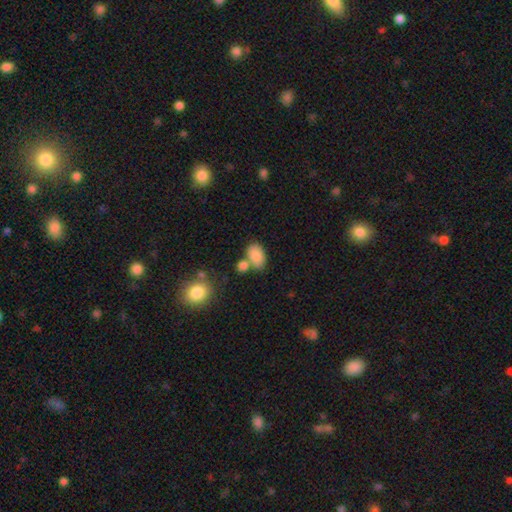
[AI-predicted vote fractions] Morphology: type=smooth (84%); roundness=in between (89%); merging=none (54%).